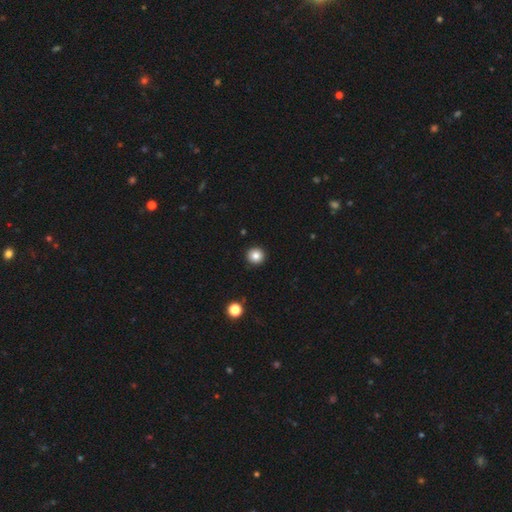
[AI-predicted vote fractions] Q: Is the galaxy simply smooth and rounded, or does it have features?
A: smooth — 84%.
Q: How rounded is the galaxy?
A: round — 95%.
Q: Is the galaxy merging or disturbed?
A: none — 93%.